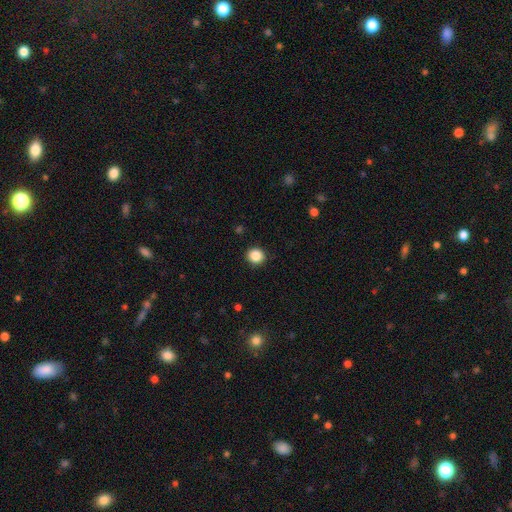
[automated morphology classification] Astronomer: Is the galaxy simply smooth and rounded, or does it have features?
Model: smooth — 87%.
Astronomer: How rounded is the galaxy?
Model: round — 89%.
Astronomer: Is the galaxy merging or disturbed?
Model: none — 91%.